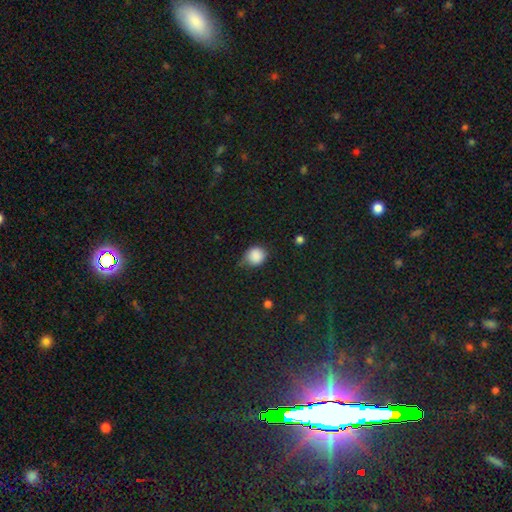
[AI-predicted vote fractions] A smooth galaxy with no disk features (86%) that is round (82%). Merging: none (56%).